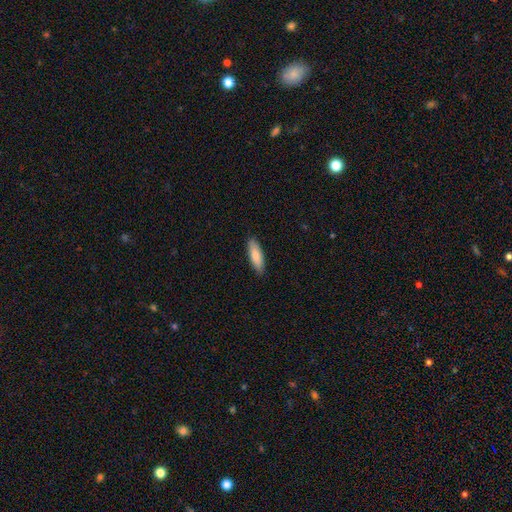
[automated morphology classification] The model was most divided on "how rounded": in between: 53%, cigar-shaped: 46%, round: 2%. More confident: merging — none (88%); smooth or featured — smooth (84%).